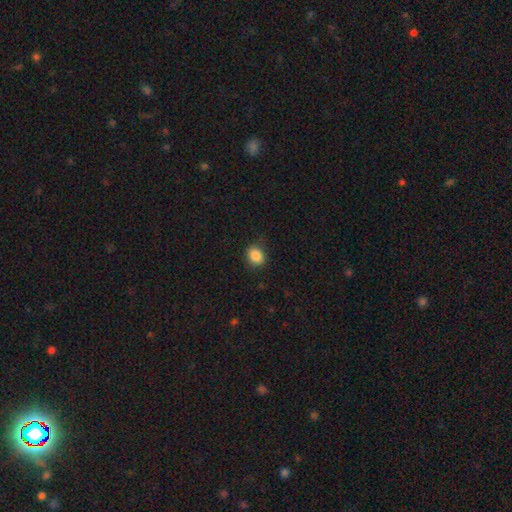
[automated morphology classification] type=smooth (87%); roundness=in between (51%); merging=none (83%).